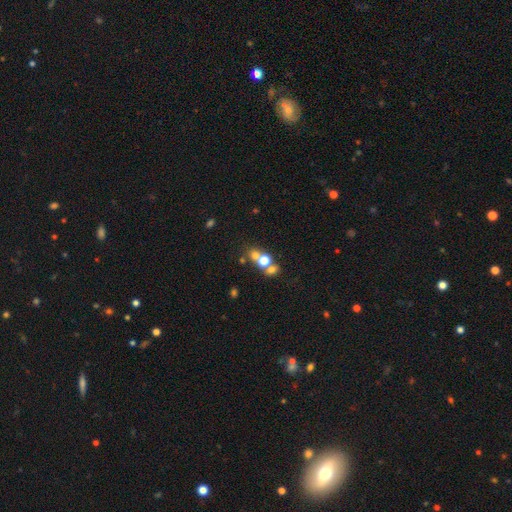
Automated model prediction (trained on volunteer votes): The model was most divided on "merging" (2-way tie): none: 44%, merger: 44%, minor disturbance: 7%, major disturbance: 5%. More confident: how rounded — round (78%); smooth or featured — smooth (61%).